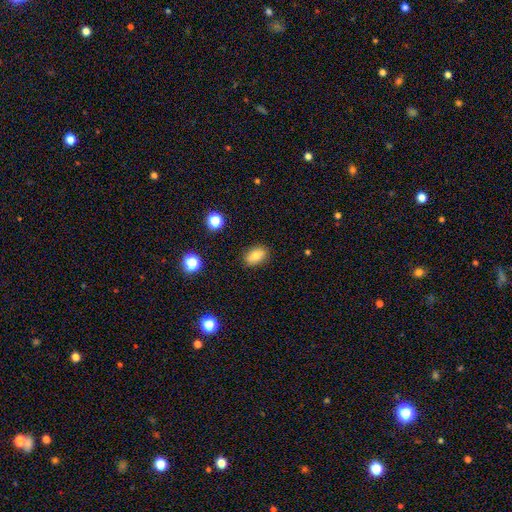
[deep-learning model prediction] This appears to be a smooth galaxy with no disk features (77%) that is in between round and cigar-shaped (84%). Merging: none (86%).